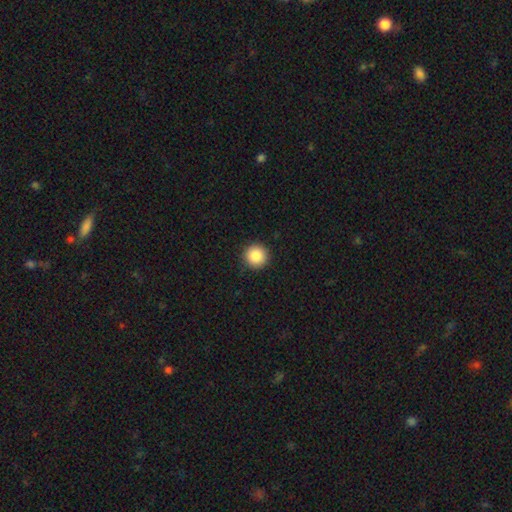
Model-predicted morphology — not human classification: A smooth galaxy with no disk features (87%) that is round (96%). Merging: none (92%).